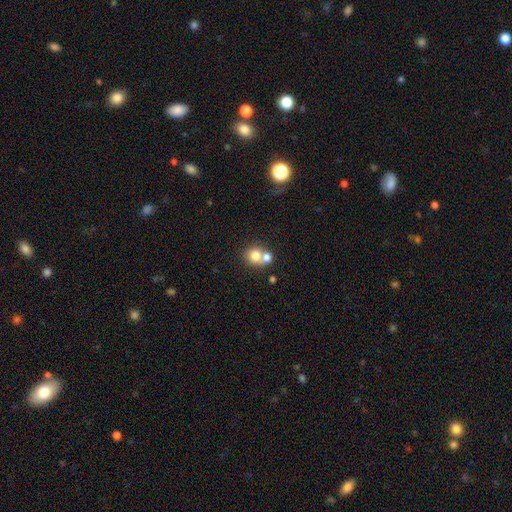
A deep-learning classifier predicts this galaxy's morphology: This is likely a smooth galaxy (75%). How rounded: likely round (79%). Merging: possibly merger (50%).